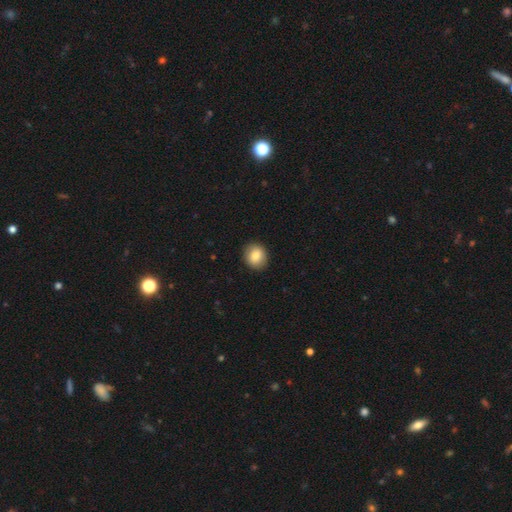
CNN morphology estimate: Smooth or featured? Predicted: smooth (p=0.84). How rounded? Predicted: round (p=0.70). Merging? Predicted: none (p=0.89).